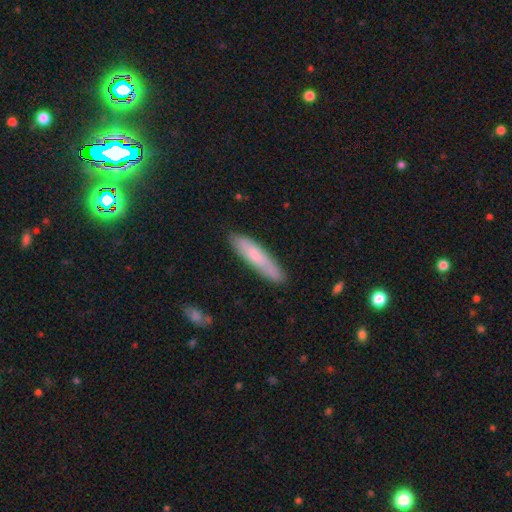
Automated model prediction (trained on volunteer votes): Smooth or featured? Predicted: smooth (p=0.70). How rounded? Predicted: cigar-shaped (p=0.82). Merging? Predicted: none (p=0.82).